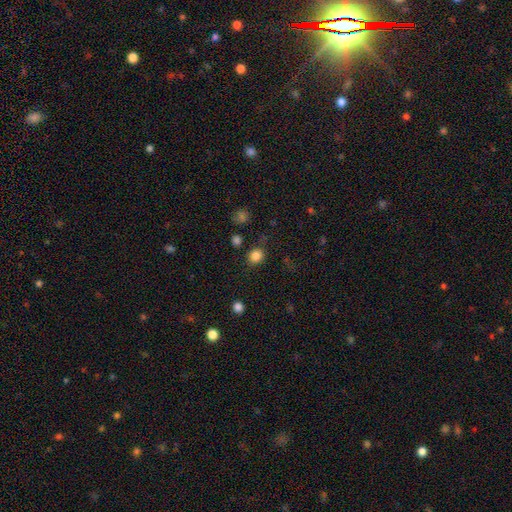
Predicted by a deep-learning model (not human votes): Smooth or featured? smooth (83%)
How rounded? round (80%)
Merging? none (82%)